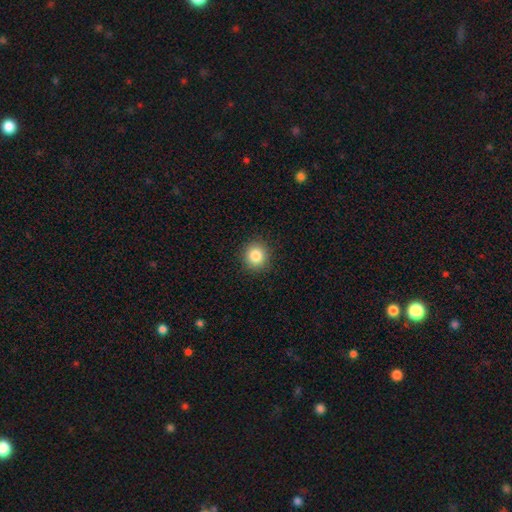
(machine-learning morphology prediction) Smooth or featured? Predicted: smooth (p=0.84). How rounded? Predicted: round (p=0.90). Merging? Predicted: none (p=0.91).